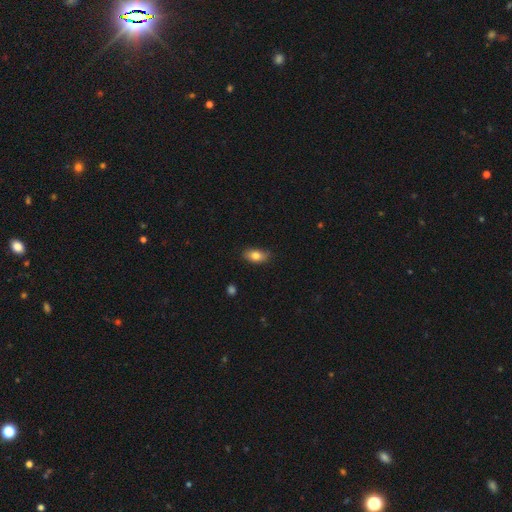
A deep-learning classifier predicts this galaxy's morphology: A smooth galaxy with no disk features (81%) that is in between round and cigar-shaped (88%). Merging: none (79%).